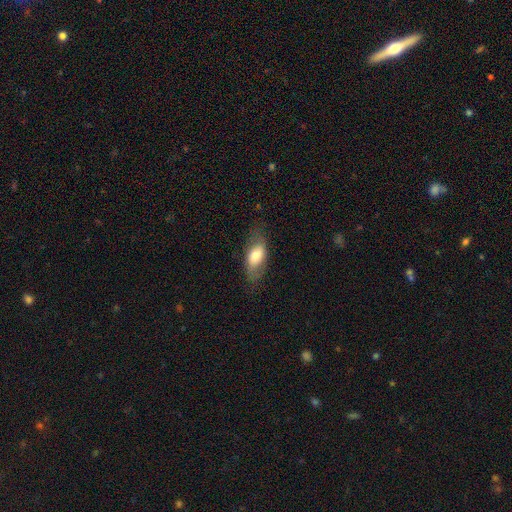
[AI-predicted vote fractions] Smooth or featured?
  - smooth: 65% *
  - featured or disk: 28%
  - star or artifact: 6%
How rounded?
  - in between: 87% *
  - cigar-shaped: 9%
  - round: 4%
Merging?
  - none: 73% *
  - minor disturbance: 19%
  - major disturbance: 7%
  - merger: 1%